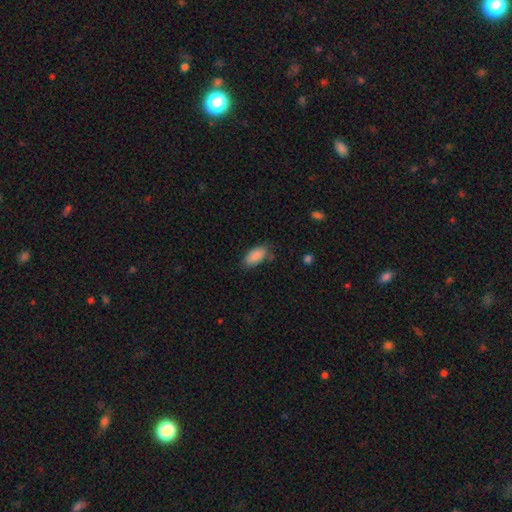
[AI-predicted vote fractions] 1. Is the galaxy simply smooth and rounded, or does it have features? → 88% smooth, 7% star or artifact, 5% featured or disk.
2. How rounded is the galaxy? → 92% in between, 5% cigar-shaped, 3% round.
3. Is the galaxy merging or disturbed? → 71% none, 21% minor disturbance, 5% major disturbance, 2% merger.